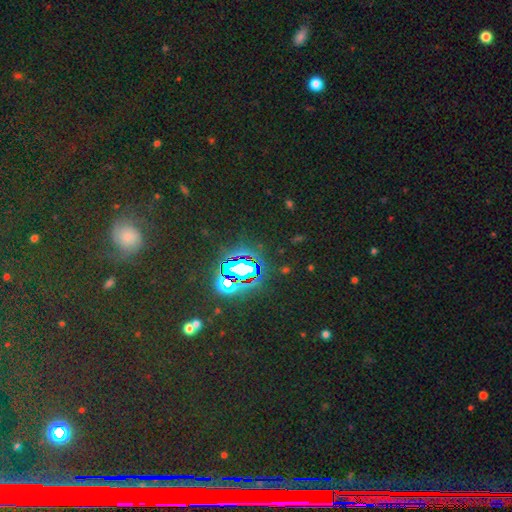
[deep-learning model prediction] Q: Smooth or featured?
A: star or artifact (75%); runner-up: smooth (17%)